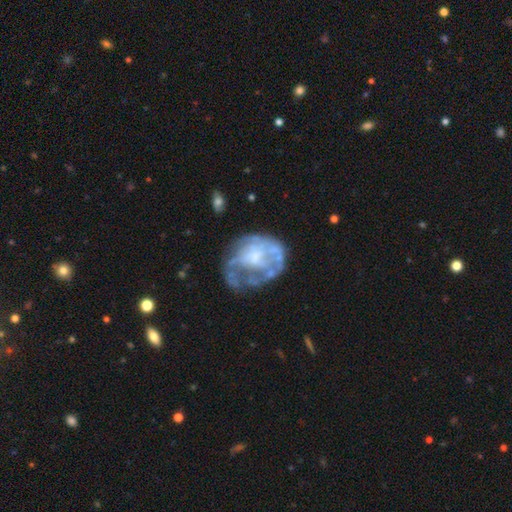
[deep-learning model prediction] Smooth or featured: featured or disk — 69% (smooth — 22%)
Edge-on disk: no — 98% (yes — 2%)
Bar: no — 77% (weak — 19%)
Spiral arms: no — 63% (yes — 37%)
Bulge size: none — 41% (moderate — 25%)
Merging: none — 43% (major disturbance — 30%)